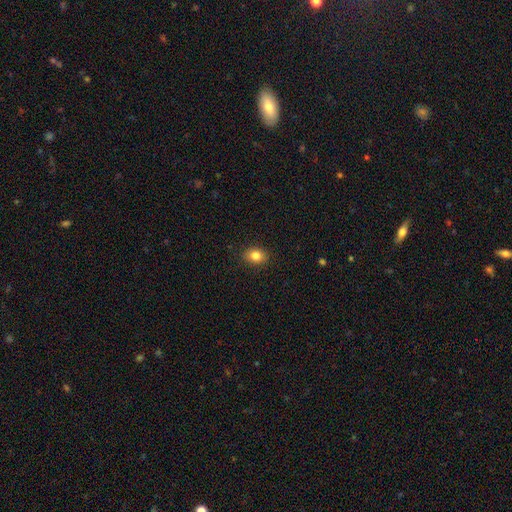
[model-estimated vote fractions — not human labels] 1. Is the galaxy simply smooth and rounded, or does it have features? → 83% smooth, 10% star or artifact, 7% featured or disk.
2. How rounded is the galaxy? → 57% in between, 42% round, 1% cigar-shaped.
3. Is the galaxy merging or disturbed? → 89% none, 8% minor disturbance, 2% major disturbance, 1% merger.